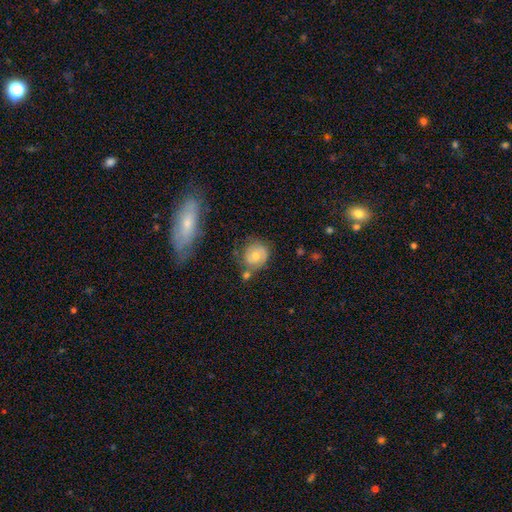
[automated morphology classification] Overall: featured or disk (50%; smooth 41%). Edge-on disk: no (97%). Merging: none (59%; minor disturbance 21%).